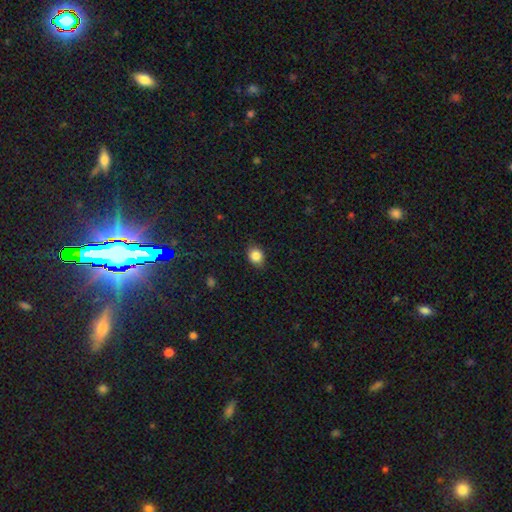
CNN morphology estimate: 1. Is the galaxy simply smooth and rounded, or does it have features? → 85% smooth, 10% star or artifact, 5% featured or disk.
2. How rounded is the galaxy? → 52% round, 47% in between, 1% cigar-shaped.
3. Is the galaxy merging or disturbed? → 84% none, 13% minor disturbance, 3% major disturbance, 1% merger.